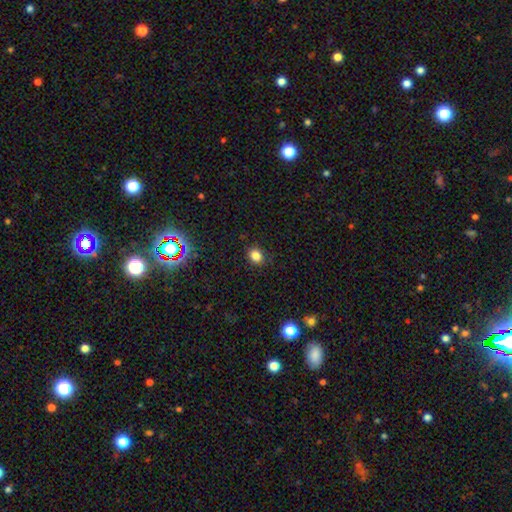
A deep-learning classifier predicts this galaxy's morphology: smooth_or_featured: smooth (p=0.82) [alt: star or artifact p=0.13]
how_rounded: round (p=0.58) [alt: in between p=0.41]
merging: none (p=0.88) [alt: minor disturbance p=0.09]